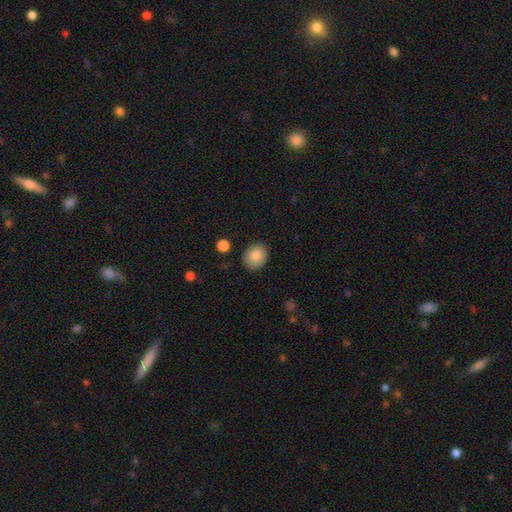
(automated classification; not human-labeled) A smooth galaxy with no disk features (86%) that is round (54%).

Vote fractions:
- Smooth or featured? smooth: 86% / star or artifact: 8% / featured or disk: 6%
- How rounded? round: 54% / in between: 45% / cigar-shaped: 1%
- Merging? none: 85% / minor disturbance: 11% / major disturbance: 3% / merger: 2%